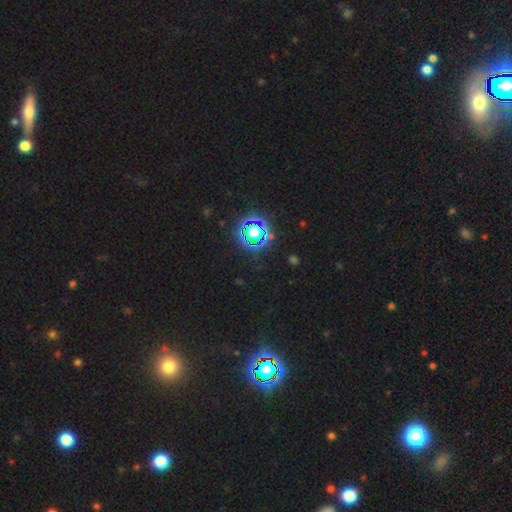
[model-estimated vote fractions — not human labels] This is clearly a star or artifact rather than a galaxy (80%).